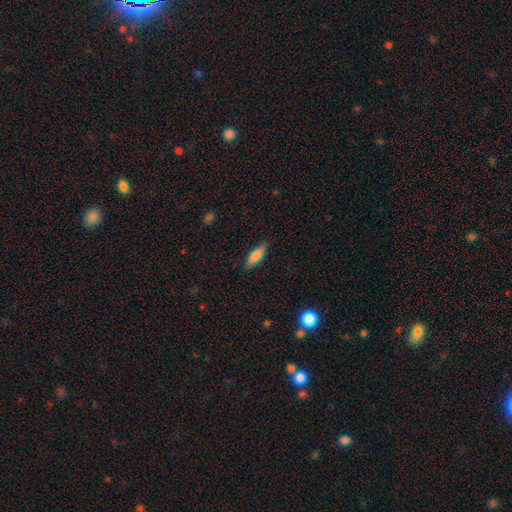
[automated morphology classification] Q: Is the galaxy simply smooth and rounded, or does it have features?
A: smooth — 74%.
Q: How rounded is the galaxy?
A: cigar-shaped — 53%.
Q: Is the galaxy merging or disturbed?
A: none — 84%.